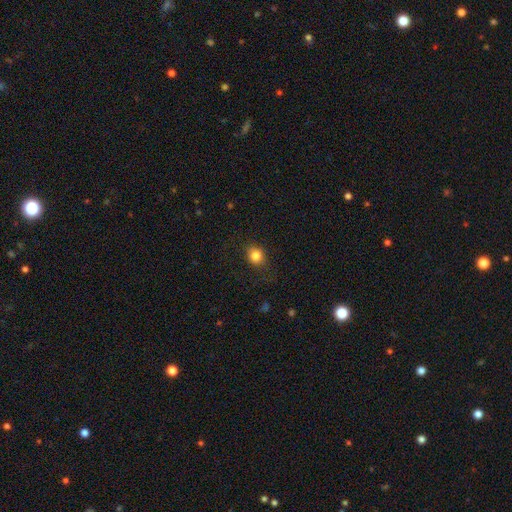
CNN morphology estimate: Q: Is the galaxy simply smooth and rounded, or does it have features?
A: smooth — 83%.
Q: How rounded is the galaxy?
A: round — 70%.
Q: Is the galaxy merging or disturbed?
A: none — 83%.